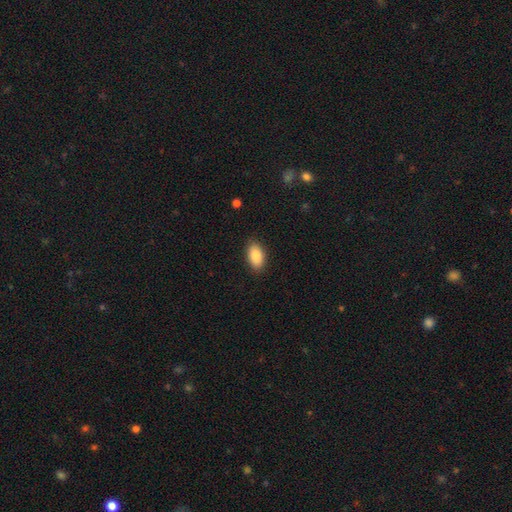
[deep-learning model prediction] Smooth or featured?
  - smooth: 88% *
  - star or artifact: 7%
  - featured or disk: 6%
How rounded?
  - in between: 93% *
  - round: 4%
  - cigar-shaped: 3%
Merging?
  - none: 87% *
  - minor disturbance: 9%
  - major disturbance: 2%
  - merger: 1%